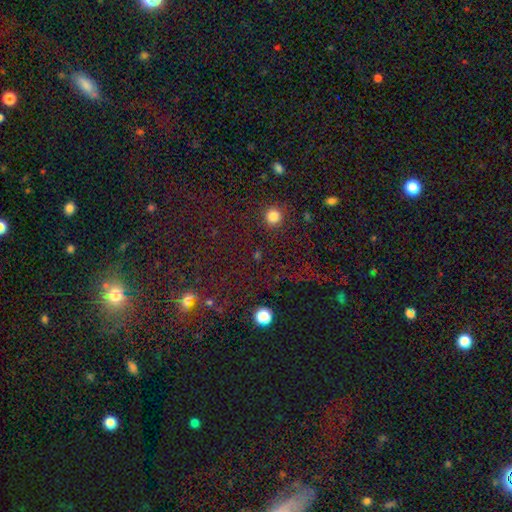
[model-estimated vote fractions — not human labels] A star or artifact, not a galaxy (63%).

Vote fractions:
- Smooth or featured? star or artifact: 63% / smooth: 26% / featured or disk: 10%